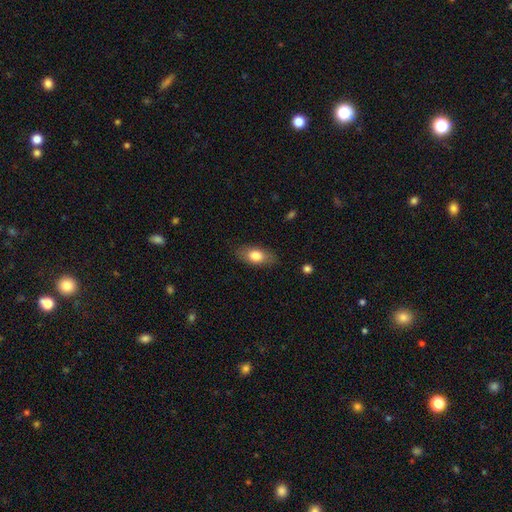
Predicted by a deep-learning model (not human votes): Smooth or featured? smooth (77%)
How rounded? in between (86%)
Merging? none (82%)